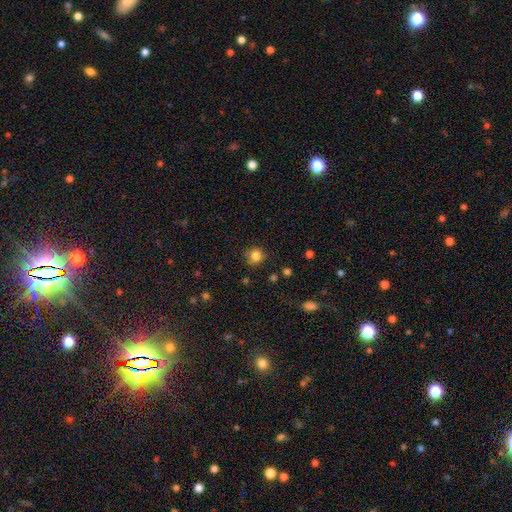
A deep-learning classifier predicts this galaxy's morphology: Smooth or featured?
  - smooth: 82% *
  - star or artifact: 12%
  - featured or disk: 6%
How rounded?
  - round: 86% *
  - in between: 13%
  - cigar-shaped: 1%
Merging?
  - none: 74% *
  - minor disturbance: 18%
  - major disturbance: 4%
  - merger: 3%